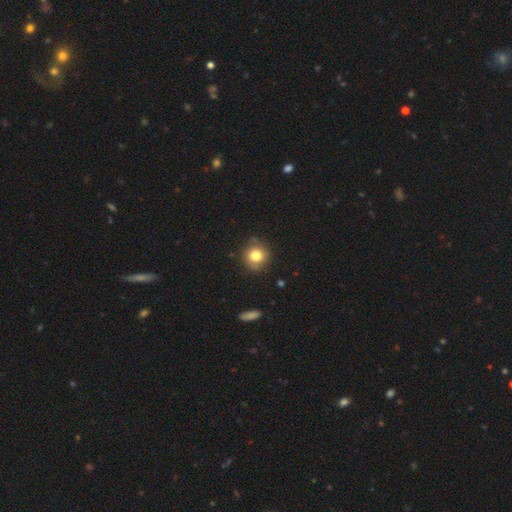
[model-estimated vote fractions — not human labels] This is likely a smooth galaxy (77%). How rounded: clearly round (88%). Merging: likely none (78%).